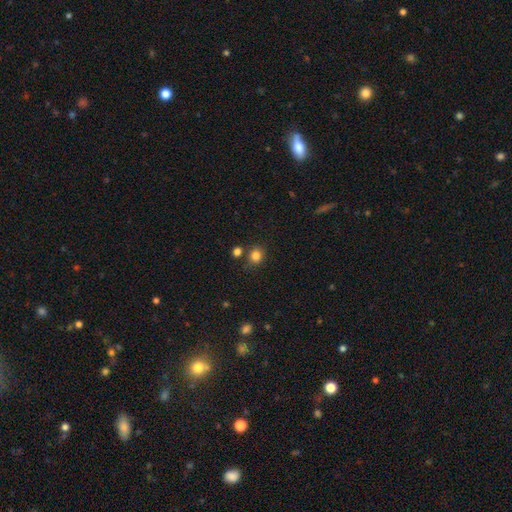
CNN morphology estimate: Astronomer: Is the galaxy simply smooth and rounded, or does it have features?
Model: smooth — 83%.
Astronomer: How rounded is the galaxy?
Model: round — 78%.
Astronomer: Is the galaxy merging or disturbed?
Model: none — 76%.